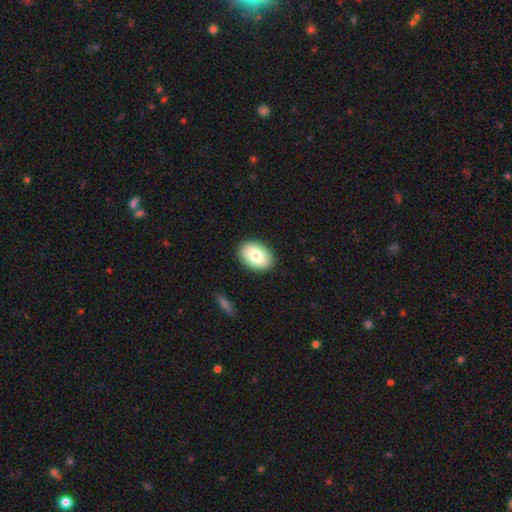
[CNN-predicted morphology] smooth 80%, featured or disk 13%, star or artifact 7%. Down the decision tree: how rounded — in between (83%); merging — none (89%).